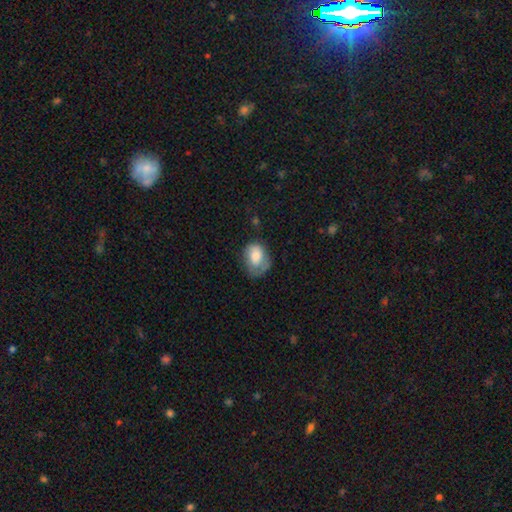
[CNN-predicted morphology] This is likely a smooth galaxy (70%). How rounded: likely in between (70%). Merging: marginally none (40%).